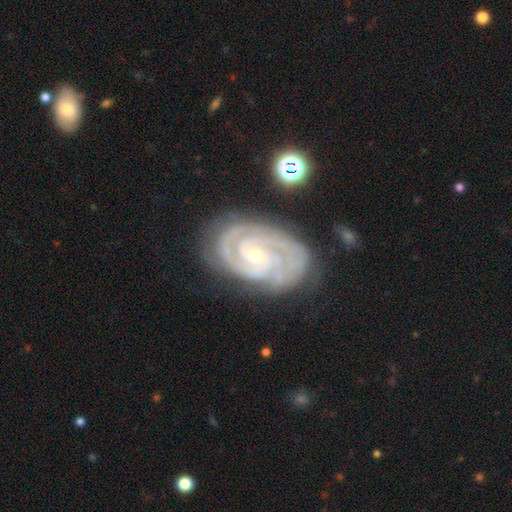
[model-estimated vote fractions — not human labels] Smooth or featured?
  - featured or disk: 91% *
  - star or artifact: 5%
  - smooth: 4%
Edge-on disk?
  - no: 97% *
  - yes: 3%
Bar?
  - no: 56% *
  - weak: 32%
  - strong: 11%
Spiral arms?
  - yes: 98% *
  - no: 2%
Spiral winding?
  - tight: 79% *
  - medium: 19%
  - loose: 2%
Spiral arm count?
  - 2: 60% *
  - 3: 19%
  - can't tell: 8%
  - 4: 5%
  - more than 4: 3%
  - 1: 3%
Bulge size?
  - small: 70% *
  - moderate: 26%
  - none: 2%
  - large: 1%
  - dominant: 1%
Merging?
  - none: 77% *
  - minor disturbance: 16%
  - major disturbance: 4%
  - merger: 2%